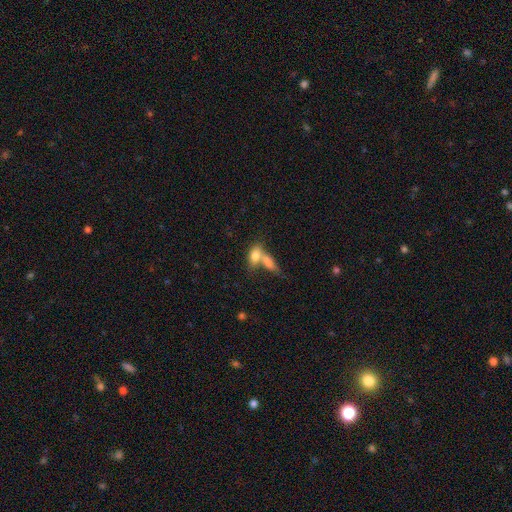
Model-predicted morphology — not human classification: Smooth or featured: smooth — 77% (featured or disk — 15%)
How rounded: in between — 81% (cigar-shaped — 11%)
Merging: merger — 63% (none — 25%)